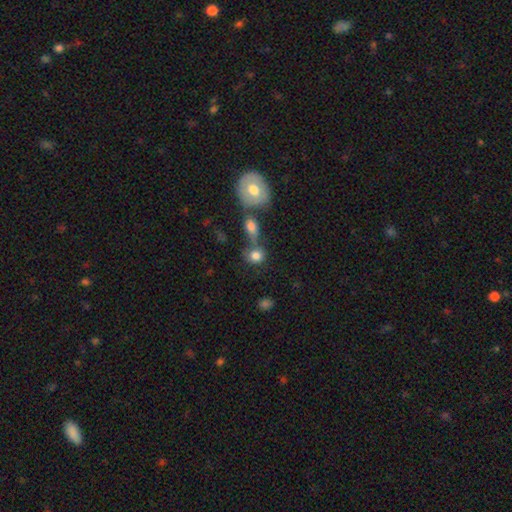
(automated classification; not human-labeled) Smooth or featured? Predicted: smooth (p=0.81). How rounded? Predicted: round (p=0.63). Merging? Predicted: none (p=0.49).